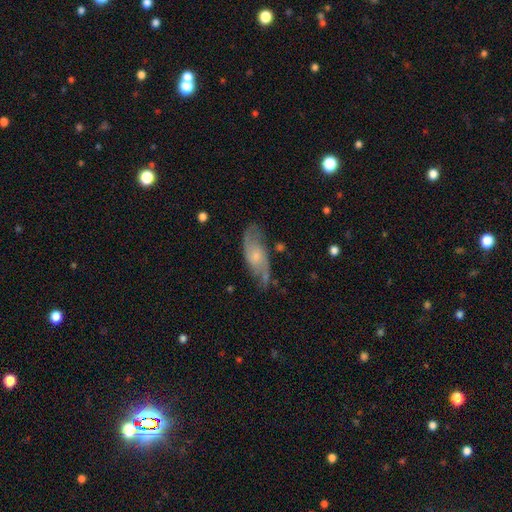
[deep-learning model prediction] Smooth or featured?
  - featured or disk: 71% *
  - smooth: 23%
  - star or artifact: 6%
Edge-on disk?
  - no: 90% *
  - yes: 10%
Bar?
  - no: 66% *
  - weak: 30%
  - strong: 5%
Spiral arms?
  - yes: 90% *
  - no: 10%
Spiral winding?
  - medium: 42% * (tied)
  - loose: 42% * (tied)
  - tight: 16%
Spiral arm count?
  - 2: 84% *
  - can't tell: 9%
  - 3: 2%
  - 1: 2%
  - 4: 1%
  - more than 4: 1%
Bulge size?
  - small: 57% *
  - moderate: 32%
  - none: 7%
  - large: 3%
  - dominant: 1%
Merging?
  - none: 69% *
  - minor disturbance: 21%
  - major disturbance: 8%
  - merger: 2%